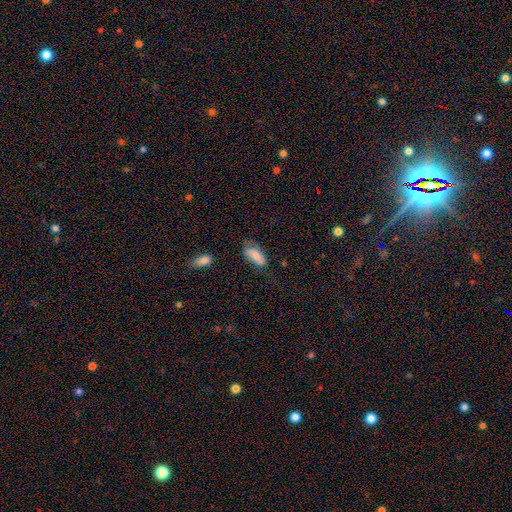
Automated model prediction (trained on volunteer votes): Morphology: type=smooth (78%); roundness=in between (83%); merging=none (52%).